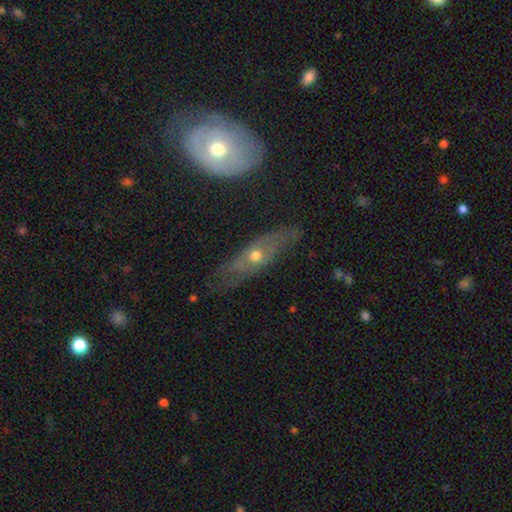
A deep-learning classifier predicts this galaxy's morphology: Smooth or featured?
  - featured or disk: 63% *
  - smooth: 27%
  - star or artifact: 10%
Edge-on disk?
  - no: 56% *
  - yes: 44%
Merging?
  - none: 74% *
  - minor disturbance: 18%
  - major disturbance: 6%
  - merger: 2%